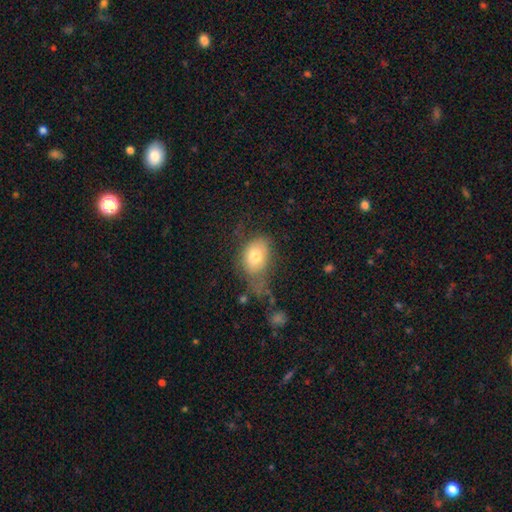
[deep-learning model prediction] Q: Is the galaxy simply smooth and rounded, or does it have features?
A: smooth — 75%.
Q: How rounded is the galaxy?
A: in between — 76%.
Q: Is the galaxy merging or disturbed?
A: none — 36%.